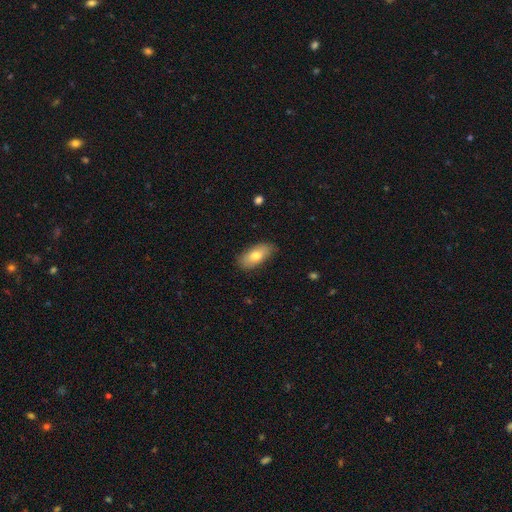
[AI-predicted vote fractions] The model was most divided on "smooth or featured": smooth: 75%, featured or disk: 18%, star or artifact: 6%. More confident: how rounded — in between (88%); merging — none (81%).